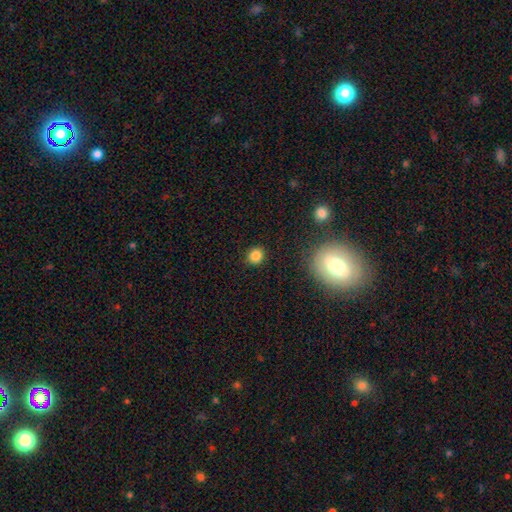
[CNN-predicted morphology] A smooth galaxy with no disk features (84%) that is round (80%). Merging: none (89%).